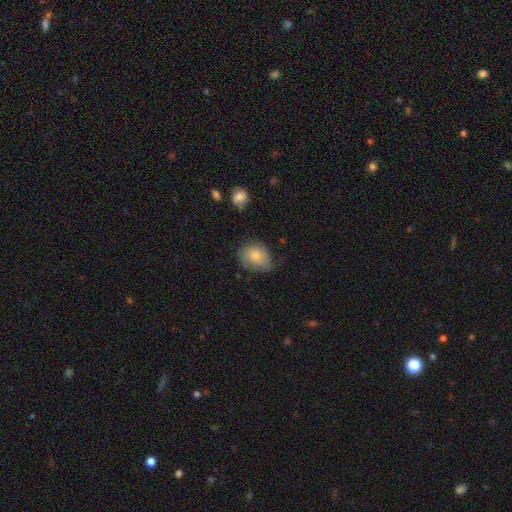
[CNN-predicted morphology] smooth-or-featured: smooth: 77% | featured or disk: 16% | star or artifact: 7%
  how-rounded: in between: 52% | round: 47% | cigar-shaped: 1%
  merging: none: 49% | minor disturbance: 37% | major disturbance: 12% | merger: 2%